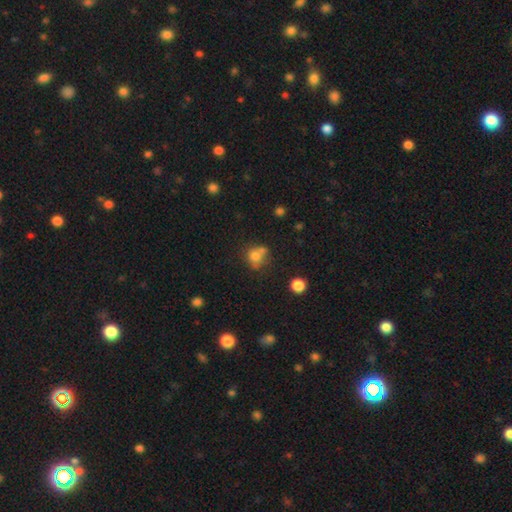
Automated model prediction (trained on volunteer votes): Morphology: type=smooth (72%); roundness=round (71%); merging=none (41%).